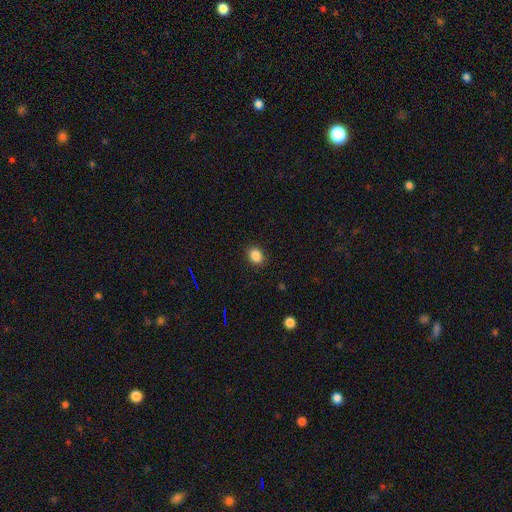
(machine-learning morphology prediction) type=smooth (86%); roundness=in between (51%); merging=none (89%).